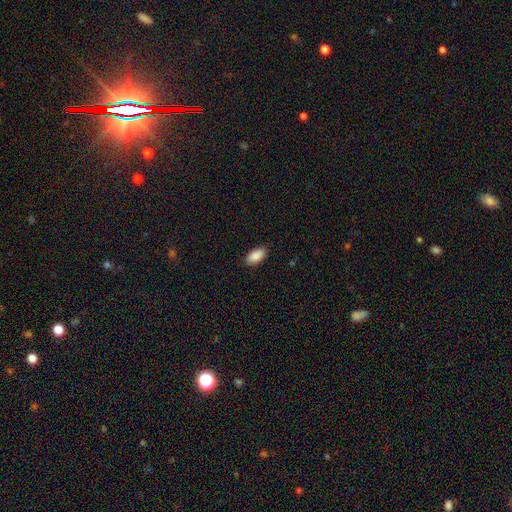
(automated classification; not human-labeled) The model was most divided on "merging": none: 87%, minor disturbance: 9%, major disturbance: 2%, merger: 1%. More confident: how rounded — in between (93%); smooth or featured — smooth (90%).